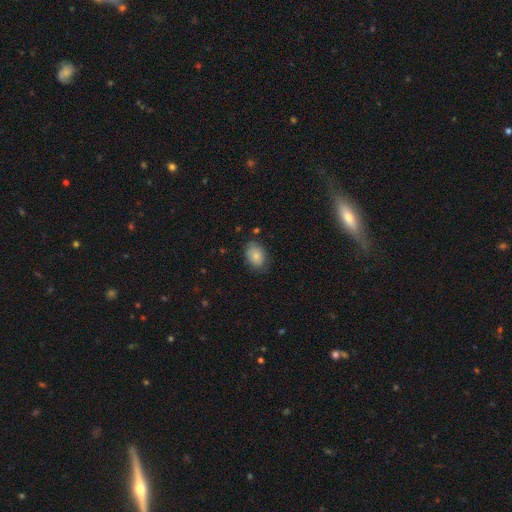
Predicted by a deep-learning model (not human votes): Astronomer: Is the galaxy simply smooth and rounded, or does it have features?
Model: smooth — 82%.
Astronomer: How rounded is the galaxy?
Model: in between — 83%.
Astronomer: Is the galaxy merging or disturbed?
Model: none — 70%.